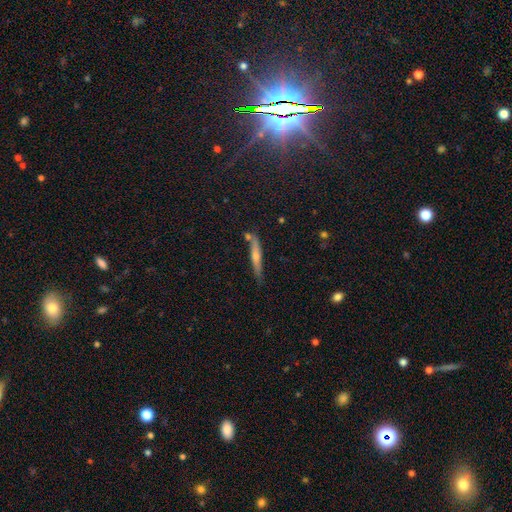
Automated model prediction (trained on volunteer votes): The model was most divided on "smooth or featured": featured or disk: 53%, smooth: 37%, star or artifact: 9%. More confident: edge-on disk — yes (93%); merging — none (76%).